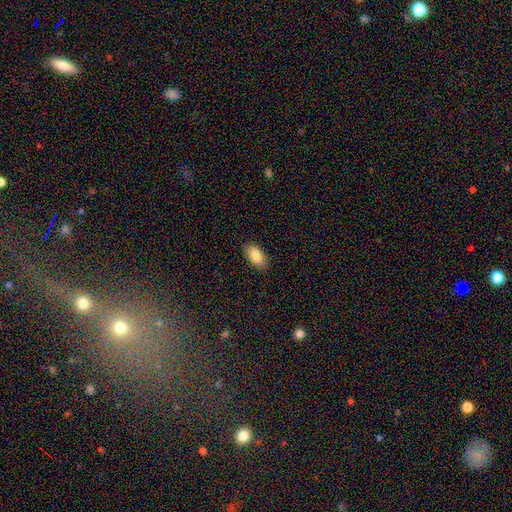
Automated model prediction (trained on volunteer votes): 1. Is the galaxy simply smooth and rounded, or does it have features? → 84% smooth, 9% featured or disk, 7% star or artifact.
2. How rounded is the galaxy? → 93% in between, 3% round, 3% cigar-shaped.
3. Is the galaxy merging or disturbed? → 88% none, 9% minor disturbance, 2% major disturbance, 1% merger.